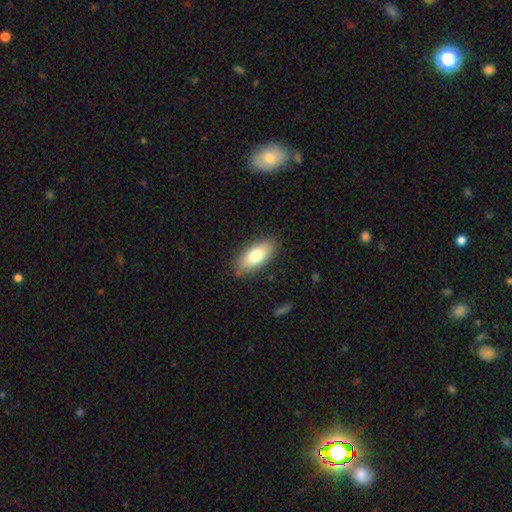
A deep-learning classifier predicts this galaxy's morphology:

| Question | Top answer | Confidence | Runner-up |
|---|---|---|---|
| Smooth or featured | smooth | 76% | featured or disk (18%) |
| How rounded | in between | 86% | cigar-shaped (11%) |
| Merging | none | 85% | minor disturbance (11%) |